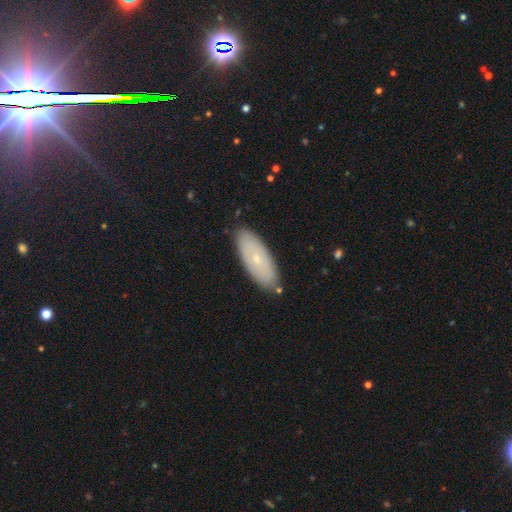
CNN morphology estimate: The model was most divided on "smooth or featured": smooth: 49%, featured or disk: 30%, star or artifact: 21%. More confident: merging — none (86%).